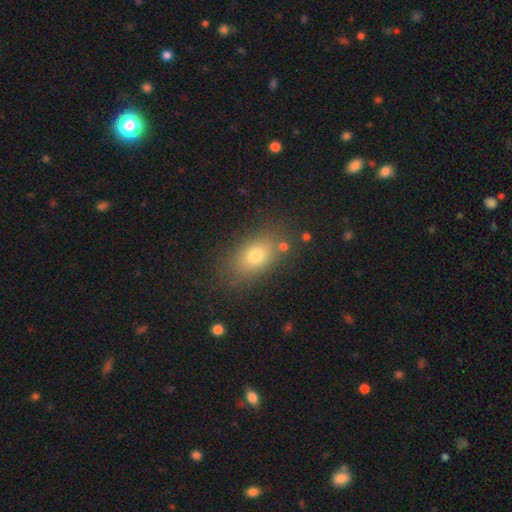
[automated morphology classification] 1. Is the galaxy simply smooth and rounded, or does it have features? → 74% smooth, 14% featured or disk, 12% star or artifact.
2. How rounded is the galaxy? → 80% in between, 17% round, 3% cigar-shaped.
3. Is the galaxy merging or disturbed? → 79% none, 12% minor disturbance, 5% major disturbance, 4% merger.